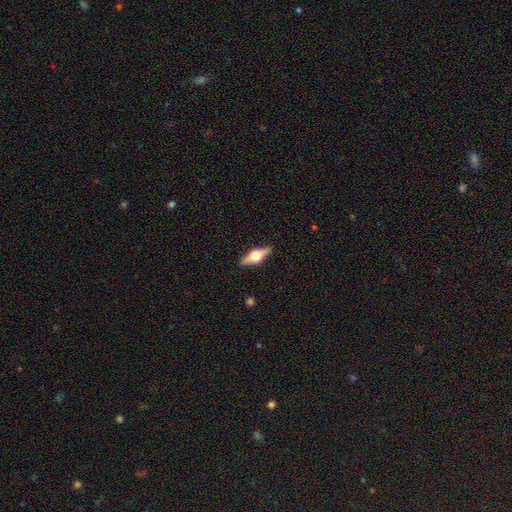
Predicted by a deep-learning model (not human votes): Smooth or featured: featured or disk — 67% (smooth — 26%)
Edge-on disk: yes — 96% (no — 4%)
Edge-on bulge: rounded — 95% (boxy — 4%)
Merging: none — 89% (minor disturbance — 8%)